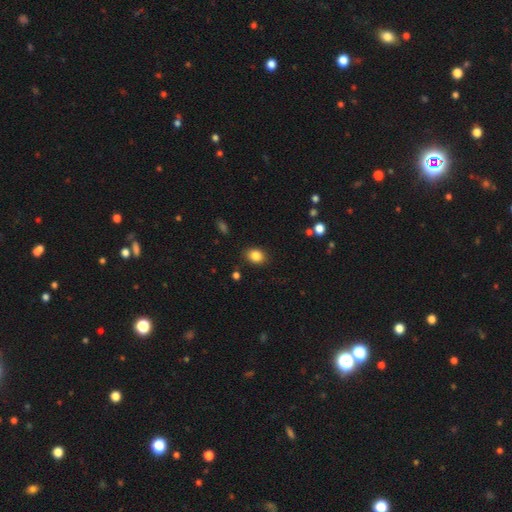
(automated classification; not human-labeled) smooth_or_featured: smooth (p=0.85) [alt: star or artifact p=0.10]
how_rounded: in between (p=0.59) [alt: round p=0.40]
merging: none (p=0.87) [alt: minor disturbance p=0.09]